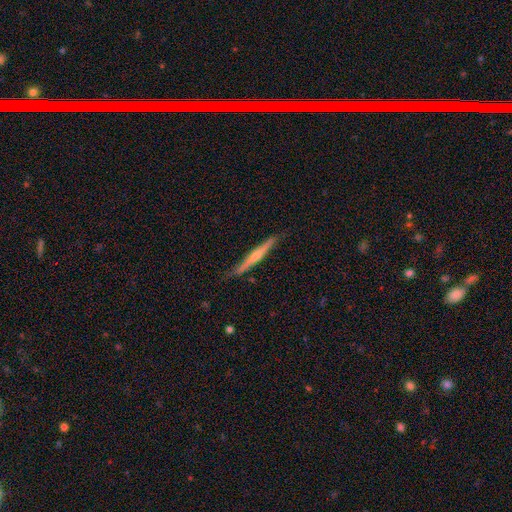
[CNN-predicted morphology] Q: Smooth or featured?
A: featured or disk (67%); runner-up: smooth (28%)
Q: Edge-on disk?
A: yes (97%); runner-up: no (3%)
Q: Edge-on bulge?
A: rounded (70%); runner-up: none (23%)
Q: Merging?
A: none (82%); runner-up: minor disturbance (14%)